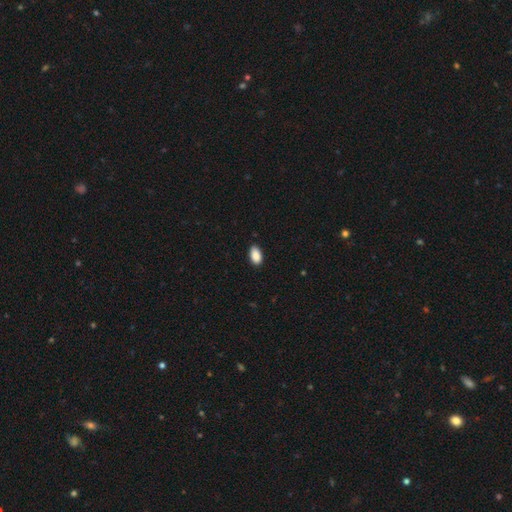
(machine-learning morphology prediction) A smooth galaxy with no disk features (89%) that is in between round and cigar-shaped (94%).

Vote fractions:
- Smooth or featured? smooth: 89% / star or artifact: 7% / featured or disk: 4%
- How rounded? in between: 94% / round: 4% / cigar-shaped: 3%
- Merging? none: 86% / minor disturbance: 11% / major disturbance: 2% / merger: 1%